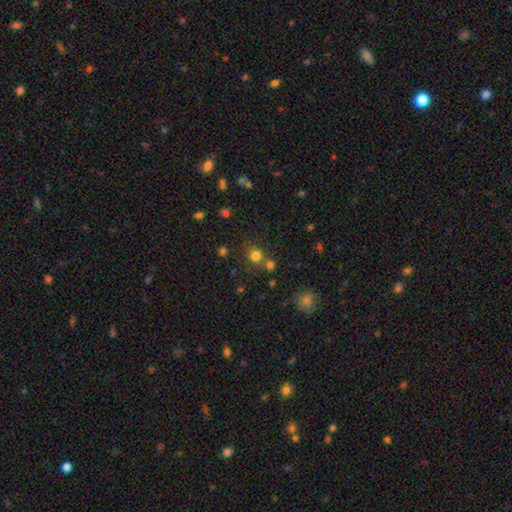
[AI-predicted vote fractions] Overall: smooth (75%). How rounded: round (87%). Merging: none (65%).